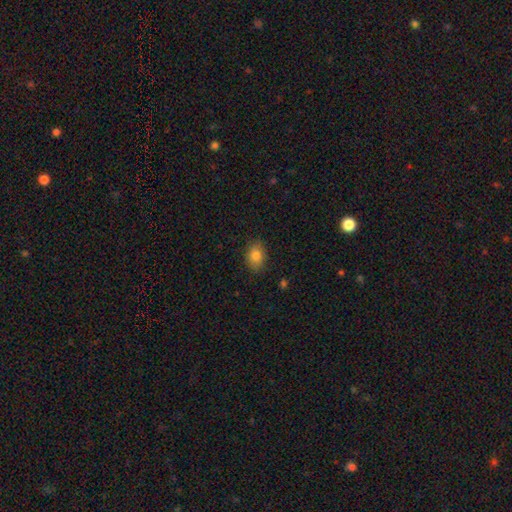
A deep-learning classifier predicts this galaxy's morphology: Smooth or featured: smooth — 82% (star or artifact — 10%)
How rounded: in between — 68% (round — 31%)
Merging: none — 83% (minor disturbance — 13%)